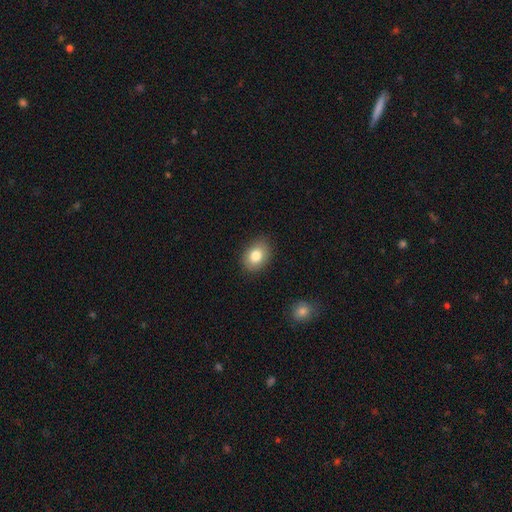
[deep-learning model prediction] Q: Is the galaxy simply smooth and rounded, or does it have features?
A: smooth — 81%.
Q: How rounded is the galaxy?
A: in between — 68%.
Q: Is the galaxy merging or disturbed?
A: none — 86%.